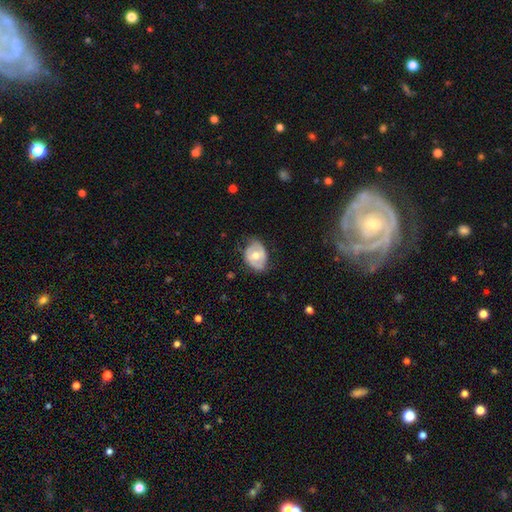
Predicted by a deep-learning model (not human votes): Morphology: type=featured or disk (49%); merging=none (64%).